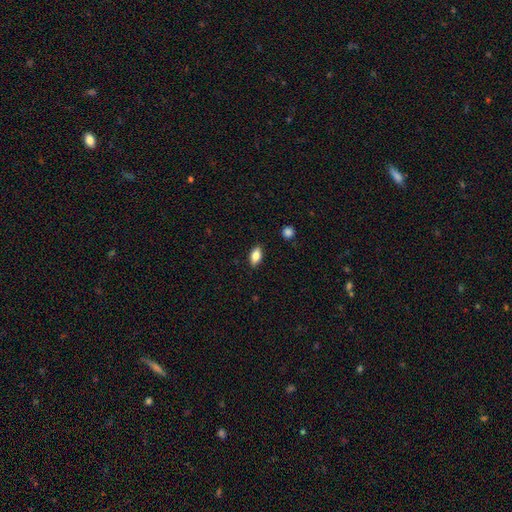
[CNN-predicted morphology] This is clearly a smooth galaxy (80%). How rounded: clearly in between (89%). Merging: clearly none (87%).